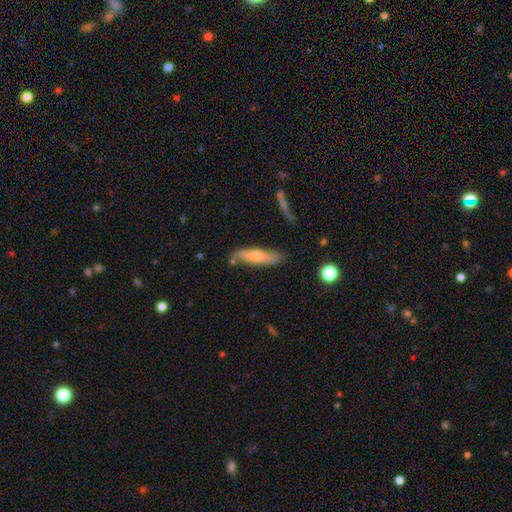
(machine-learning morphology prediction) This is likely a smooth galaxy (60%). How rounded: likely cigar-shaped (74%). Merging: likely none (74%).